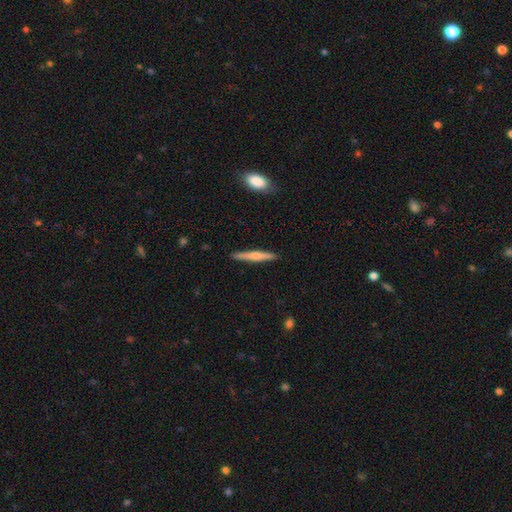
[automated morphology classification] Smooth or featured: smooth — 49% (featured or disk — 45%)
Merging: none — 91% (minor disturbance — 7%)